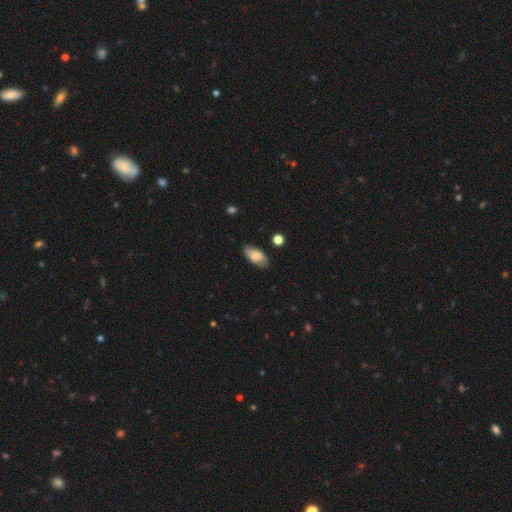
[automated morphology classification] type=smooth (79%); roundness=in between (92%); merging=none (78%).